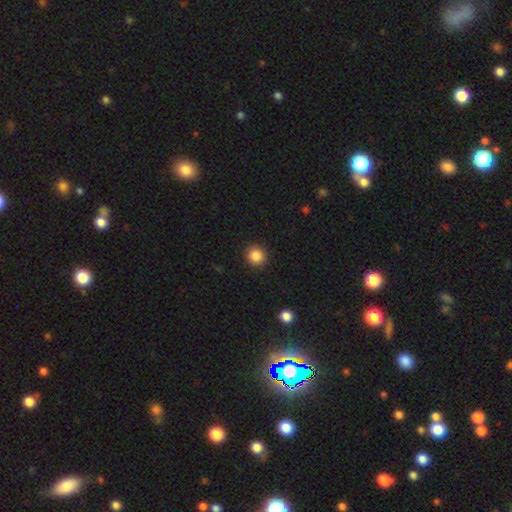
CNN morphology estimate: The model was most divided on "smooth or featured": smooth: 86%, star or artifact: 10%, featured or disk: 4%. More confident: how rounded — round (92%); merging — none (92%).